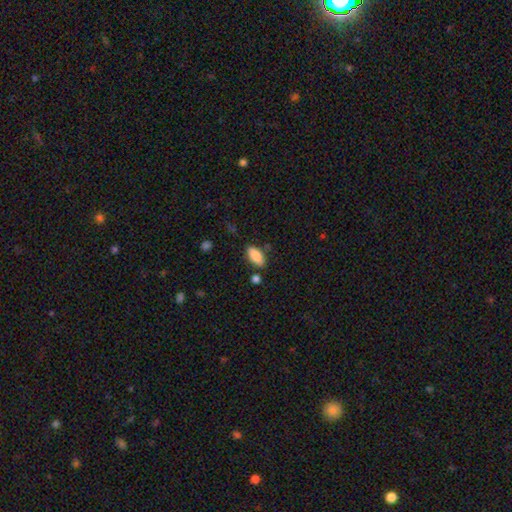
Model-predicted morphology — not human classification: The model was most divided on "merging": none: 80%, minor disturbance: 13%, merger: 4%, major disturbance: 3%. More confident: how rounded — in between (88%); smooth or featured — smooth (87%).